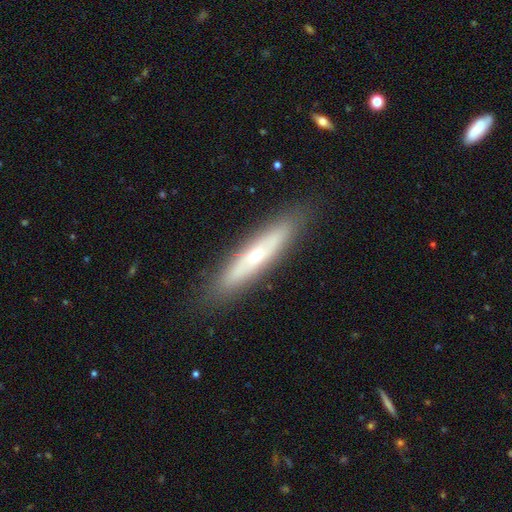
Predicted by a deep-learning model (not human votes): featured or disk 52%, smooth 41%, star or artifact 7%. Down the decision tree: edge-on disk — yes (71%); merging — none (88%).